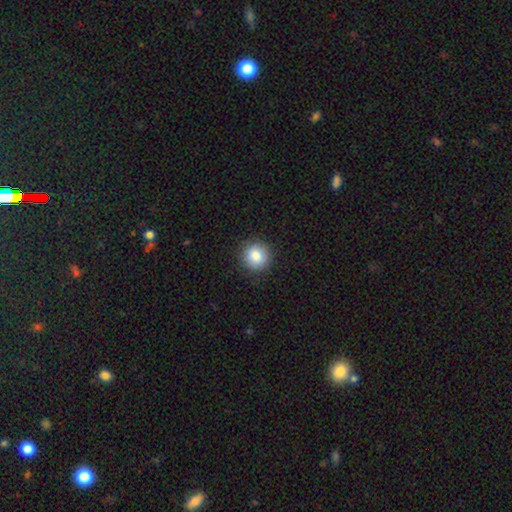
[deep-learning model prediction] smooth_or_featured: smooth (p=0.86) [alt: star or artifact p=0.09]
how_rounded: round (p=0.92) [alt: in between p=0.07]
merging: none (p=0.89) [alt: minor disturbance p=0.08]